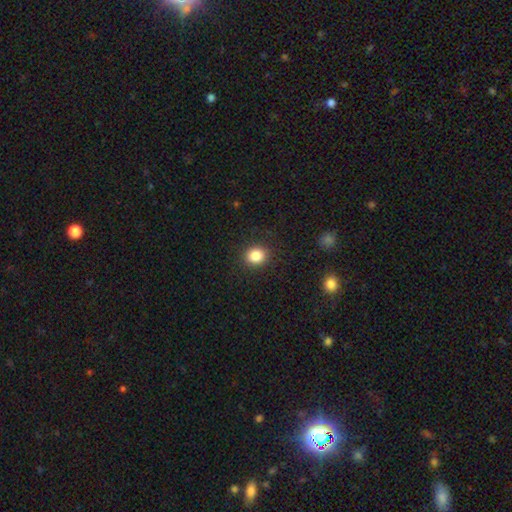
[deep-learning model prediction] Q: Smooth or featured?
A: smooth (85%); runner-up: star or artifact (10%)
Q: How rounded?
A: round (75%); runner-up: in between (24%)
Q: Merging?
A: none (90%); runner-up: minor disturbance (7%)